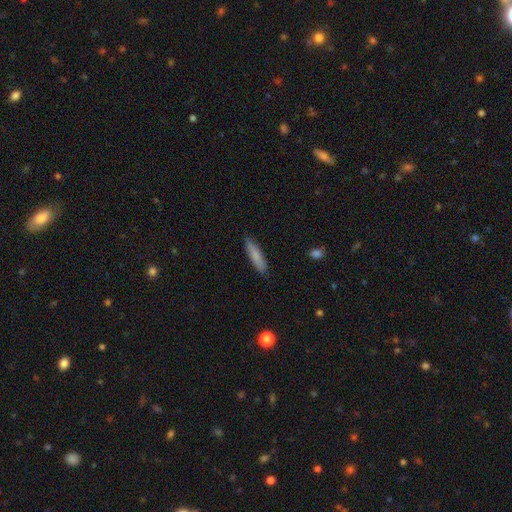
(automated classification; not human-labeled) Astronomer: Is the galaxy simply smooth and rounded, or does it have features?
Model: smooth — 80%.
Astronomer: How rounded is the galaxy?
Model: cigar-shaped — 82%.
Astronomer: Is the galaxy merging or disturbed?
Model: none — 87%.